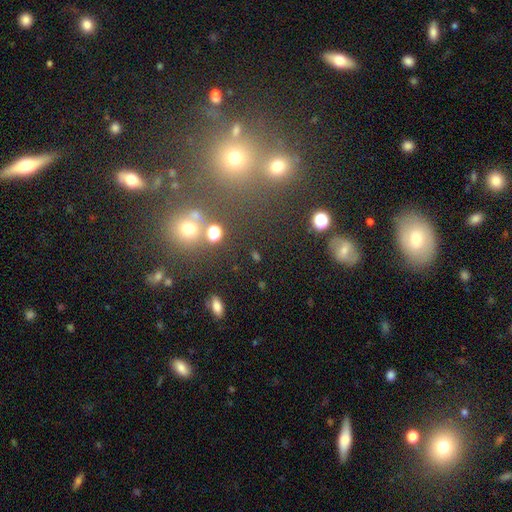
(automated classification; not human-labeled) Smooth or featured: smooth — 56% (star or artifact — 32%)
How rounded: round — 69% (in between — 26%)
Merging: none — 76% (minor disturbance — 10%)